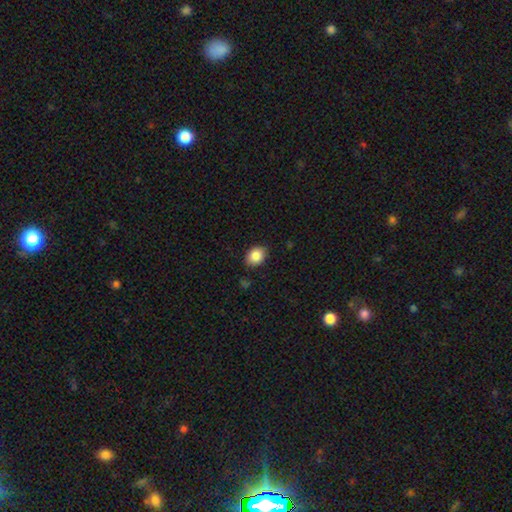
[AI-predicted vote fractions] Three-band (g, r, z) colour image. It shows a smooth galaxy with no disk features (86%) that is in between round and cigar-shaped (59%). Merging: none (83%).